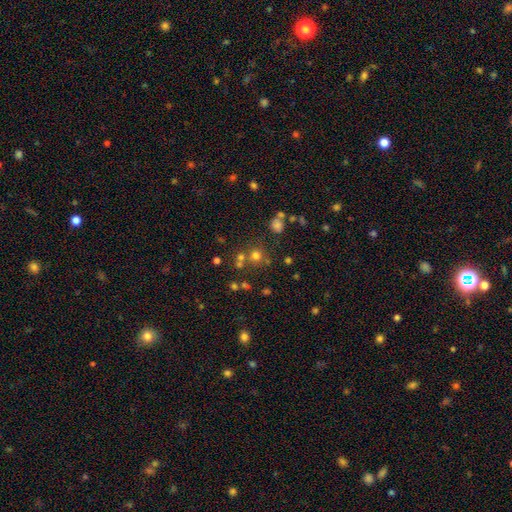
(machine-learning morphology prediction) Q: Smooth or featured?
A: smooth (64%); runner-up: star or artifact (25%)
Q: How rounded?
A: round (90%); runner-up: in between (9%)
Q: Merging?
A: none (65%); runner-up: merger (22%)